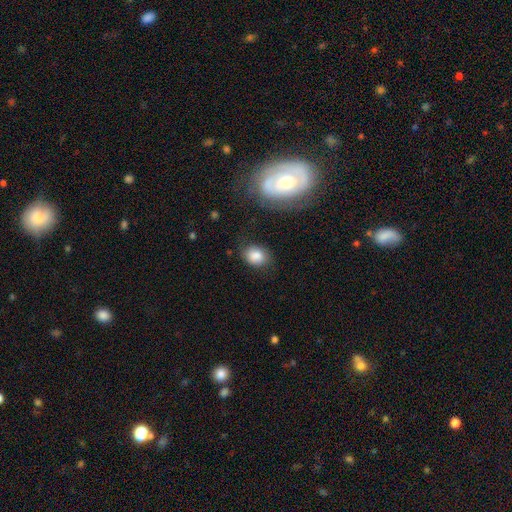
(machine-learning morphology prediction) A smooth galaxy with no disk features (84%) that is in between round and cigar-shaped (59%). Merging: none (74%).